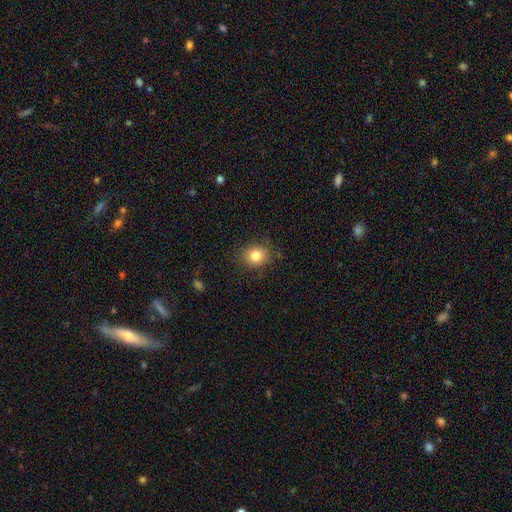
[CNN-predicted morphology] Q: Smooth or featured?
A: smooth (81%); runner-up: star or artifact (11%)
Q: How rounded?
A: round (72%); runner-up: in between (27%)
Q: Merging?
A: none (85%); runner-up: minor disturbance (10%)